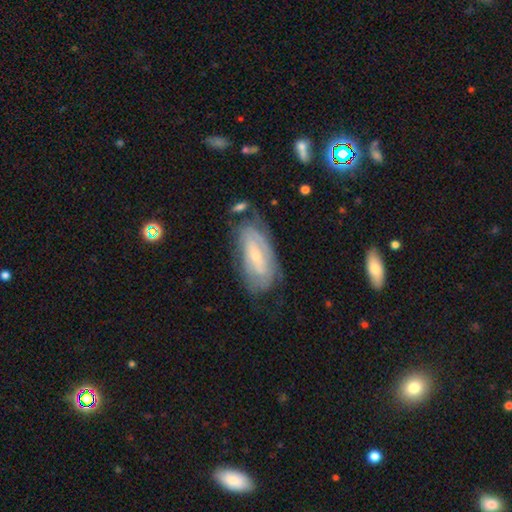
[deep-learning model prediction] Smooth or featured?
  - featured or disk: 69% *
  - smooth: 24%
  - star or artifact: 7%
Edge-on disk?
  - no: 89% *
  - yes: 11%
Bar?
  - no: 46% *
  - weak: 36%
  - strong: 17%
Spiral arms?
  - yes: 76% *
  - no: 24%
Bulge size?
  - small: 70% *
  - moderate: 25%
  - none: 2%
  - large: 2%
  - dominant: 1%
Merging?
  - none: 61% *
  - minor disturbance: 24%
  - major disturbance: 11%
  - merger: 3%